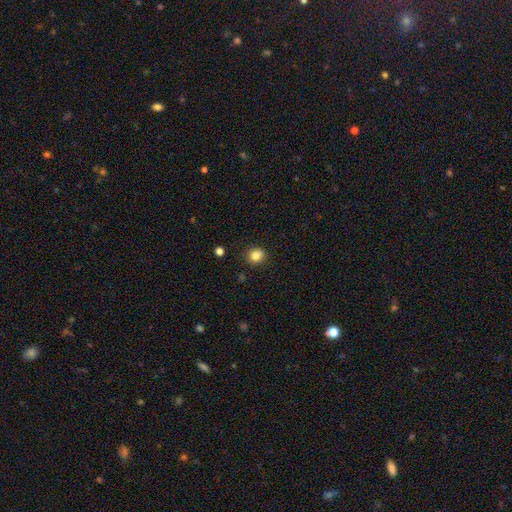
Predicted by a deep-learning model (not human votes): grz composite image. It shows a smooth galaxy with no disk features (84%) that is round (81%). Merging: none (89%).